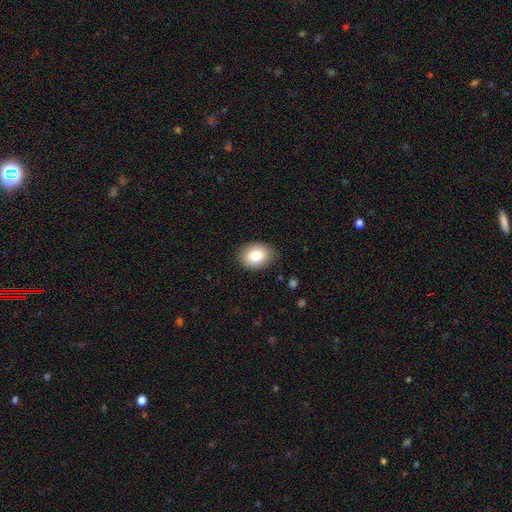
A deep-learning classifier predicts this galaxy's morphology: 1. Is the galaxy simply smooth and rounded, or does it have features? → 83% smooth, 9% featured or disk, 8% star or artifact.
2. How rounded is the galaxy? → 63% in between, 36% round, 1% cigar-shaped.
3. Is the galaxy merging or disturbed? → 85% none, 12% minor disturbance, 2% major disturbance, 1% merger.